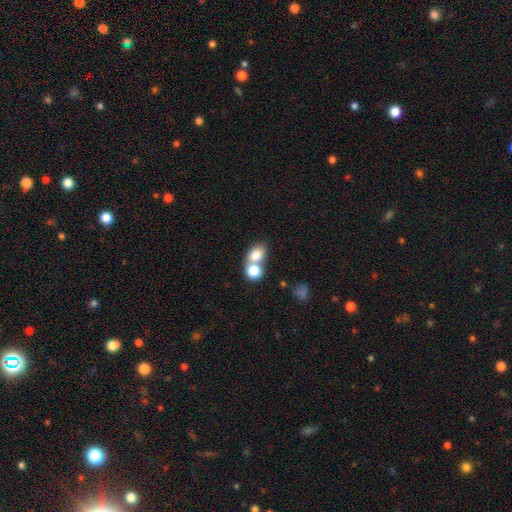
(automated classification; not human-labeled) Smooth or featured? Predicted: smooth (p=0.78). How rounded? Predicted: in between (p=0.57). Merging? Predicted: merger (p=0.48).